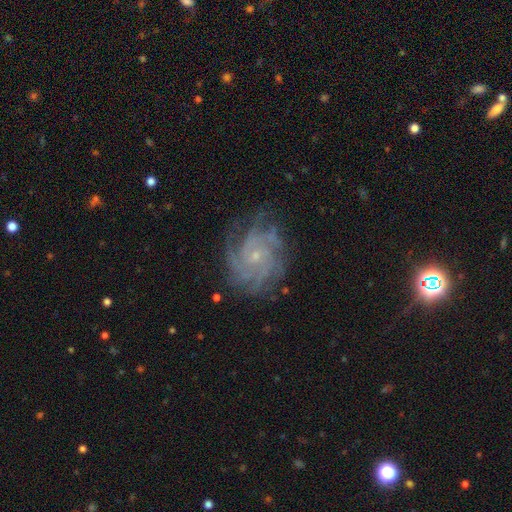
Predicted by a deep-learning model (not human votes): Overall: featured or disk (83%). Edge-on disk: no (97%). Bar: no (75%). Spiral arms: yes (97%). Spiral arm count: 4 (26%, tied with can't tell). Spiral winding: tight (65%; medium 28%). Bulge size: small (79%). Merging: none (75%).